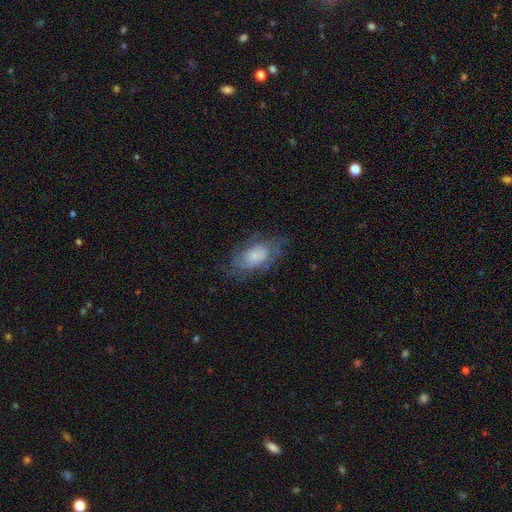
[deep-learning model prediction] smooth-or-featured: featured or disk: 48% | smooth: 43% | star or artifact: 8%
  merging: none: 61% | minor disturbance: 23% | major disturbance: 15% | merger: 1%